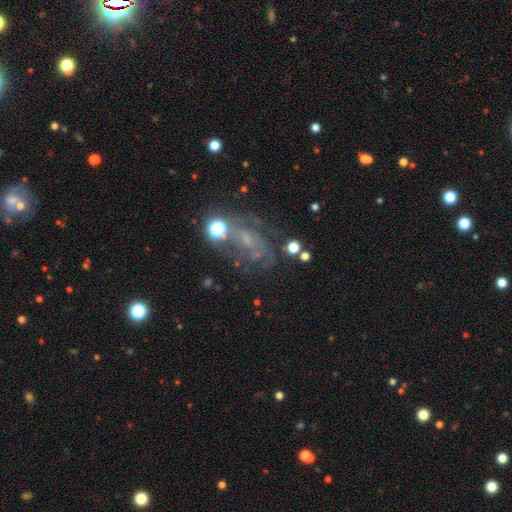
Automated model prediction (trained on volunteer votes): Smooth or featured? Predicted: featured or disk (p=0.63). Edge-on disk? Predicted: no (p=0.96). Bar? Predicted: no (p=0.54). Spiral arms? Predicted: yes (p=0.76). Bulge size? Predicted: small (p=0.58). Merging? Predicted: none (p=0.52).